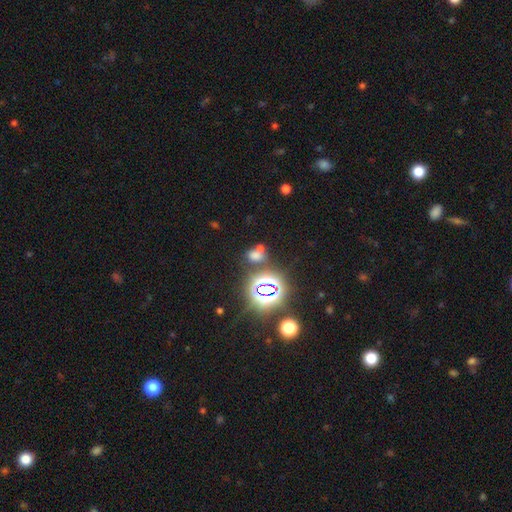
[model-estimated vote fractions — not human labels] This is possibly a smooth galaxy (48%). Merging: possibly none (50%).